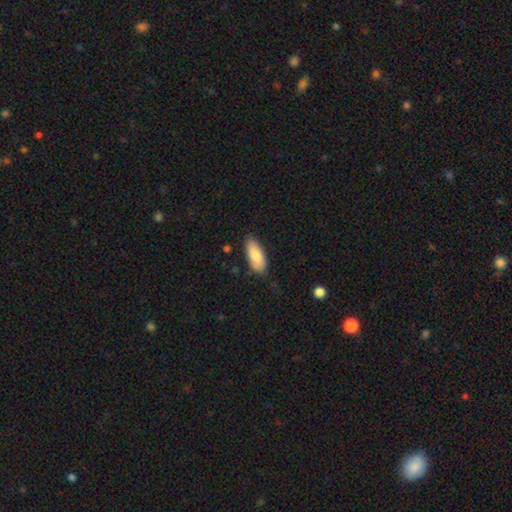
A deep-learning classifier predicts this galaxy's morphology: smooth-or-featured: smooth: 82% | featured or disk: 12% | star or artifact: 6%
  how-rounded: in between: 83% | cigar-shaped: 15% | round: 2%
  merging: none: 81% | minor disturbance: 15% | major disturbance: 3% | merger: 2%